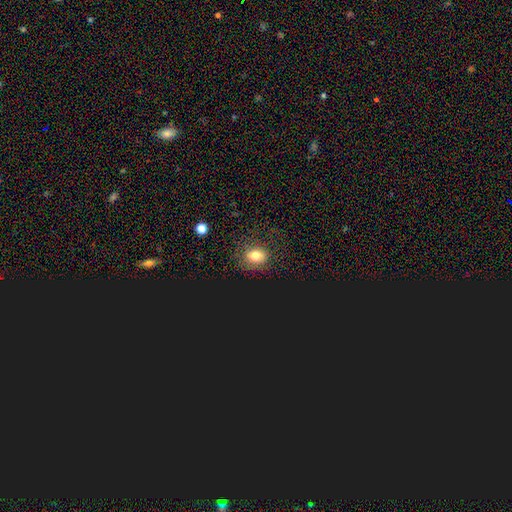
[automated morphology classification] Smooth or featured: smooth — 71% (star or artifact — 20%)
How rounded: round — 54% (in between — 44%)
Merging: none — 77% (minor disturbance — 14%)